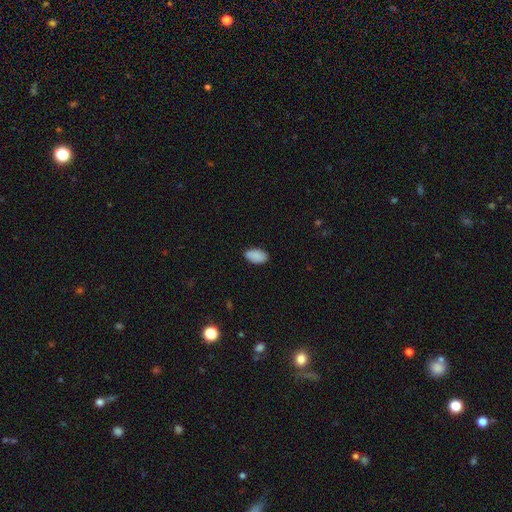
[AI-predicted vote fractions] Smooth or featured: smooth — 89% (star or artifact — 7%)
How rounded: in between — 94% (round — 4%)
Merging: none — 84% (minor disturbance — 13%)